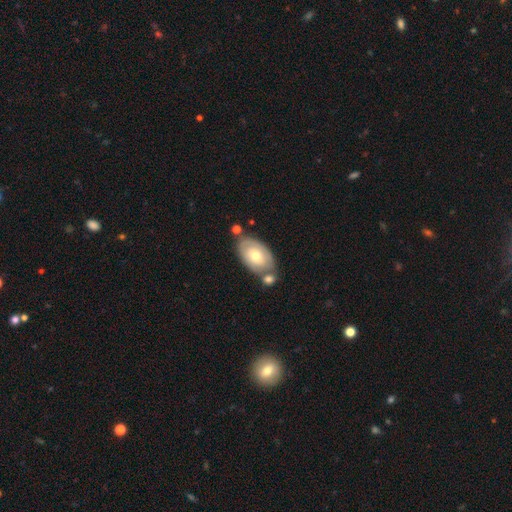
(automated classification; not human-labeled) A smooth galaxy with no disk features (52%) that is in between round and cigar-shaped (91%). Merging: none (53%).